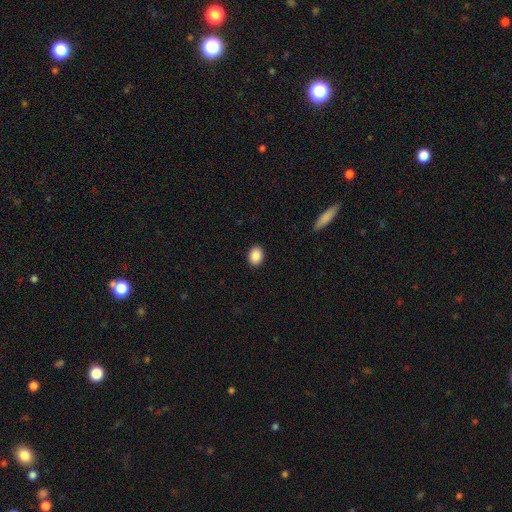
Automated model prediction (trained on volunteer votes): smooth_or_featured: smooth (p=0.89) [alt: star or artifact p=0.08]
how_rounded: in between (p=0.67) [alt: round p=0.32]
merging: none (p=0.91) [alt: minor disturbance p=0.06]